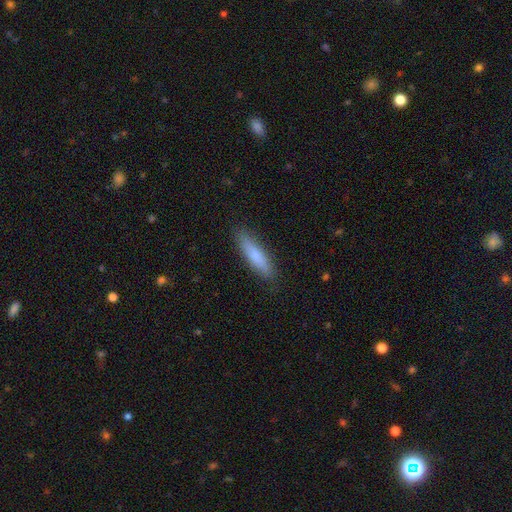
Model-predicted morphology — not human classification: Smooth or featured? Predicted: smooth (p=0.78). How rounded? Predicted: cigar-shaped (p=0.79). Merging? Predicted: none (p=0.86).